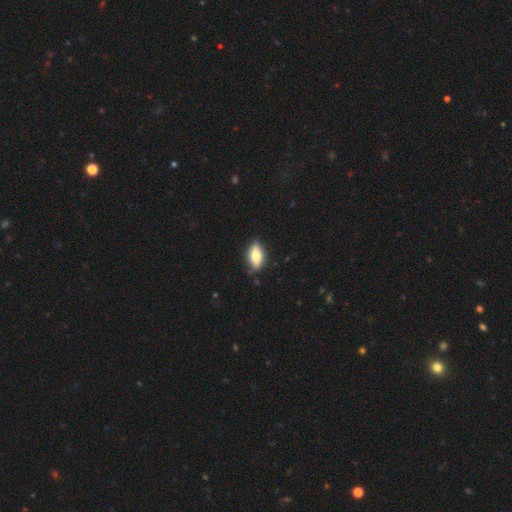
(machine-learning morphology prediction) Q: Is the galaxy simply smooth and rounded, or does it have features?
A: smooth — 65%.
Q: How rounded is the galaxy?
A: in between — 79%.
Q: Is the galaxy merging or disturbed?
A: none — 82%.